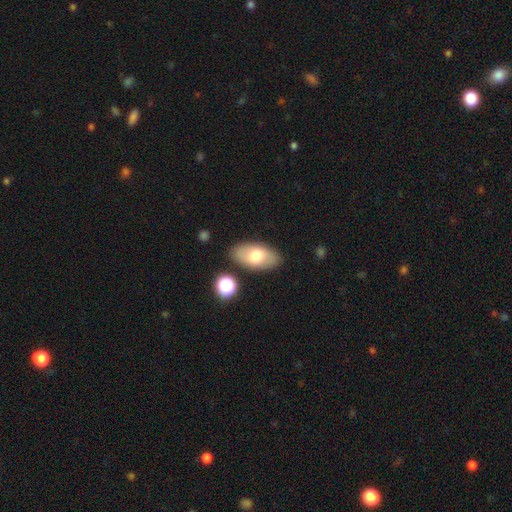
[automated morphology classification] smooth_or_featured: smooth (p=0.69) [alt: featured or disk p=0.24]
how_rounded: in between (p=0.92) [alt: round p=0.04]
merging: none (p=0.84) [alt: minor disturbance p=0.10]